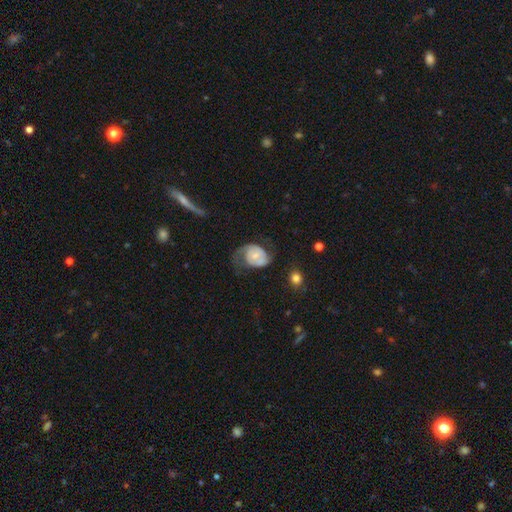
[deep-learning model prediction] Morphology: type=featured or disk (58%); edge-on=no (97%); bar=no (69%); spiral arms=yes (81%); bulge=small (58%); merging=none (34%).